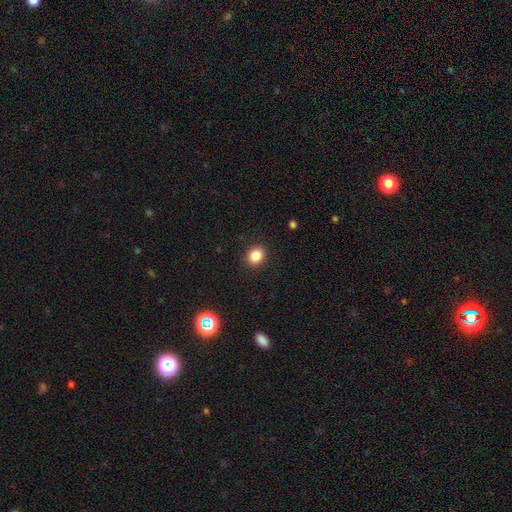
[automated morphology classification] A smooth galaxy with no disk features (85%) that is round (62%).

Vote fractions:
- Smooth or featured? smooth: 85% / star or artifact: 11% / featured or disk: 4%
- How rounded? round: 62% / in between: 37% / cigar-shaped: 1%
- Merging? none: 90% / minor disturbance: 7% / major disturbance: 2% / merger: 1%